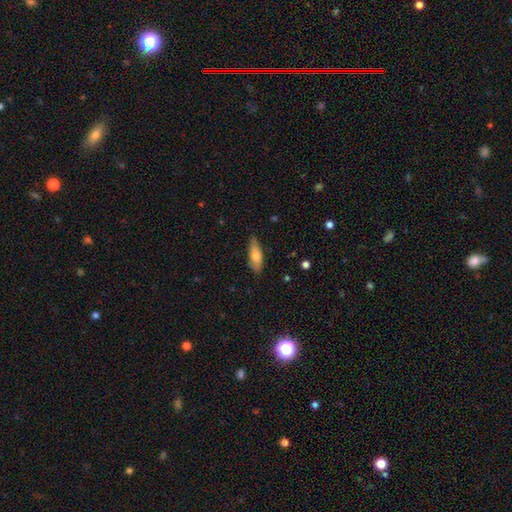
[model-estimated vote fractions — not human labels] Smooth or featured? smooth (70%)
How rounded? in between (56%)
Merging? none (80%)